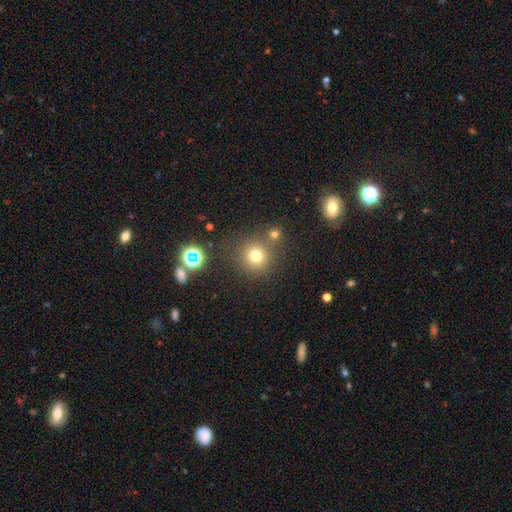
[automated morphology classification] type=smooth (73%); roundness=round (93%); merging=none (74%).